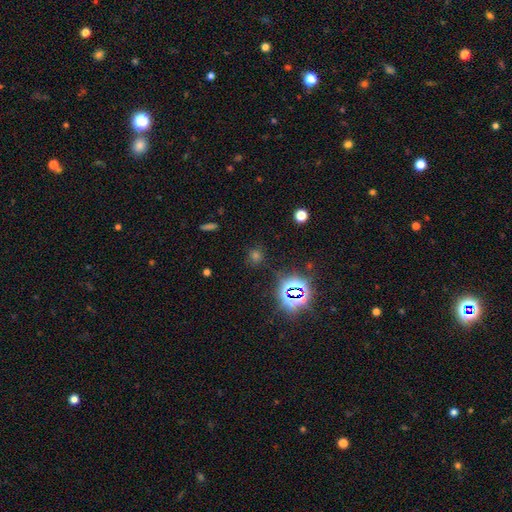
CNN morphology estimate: This appears to be a star or artifact, not a galaxy (48%).